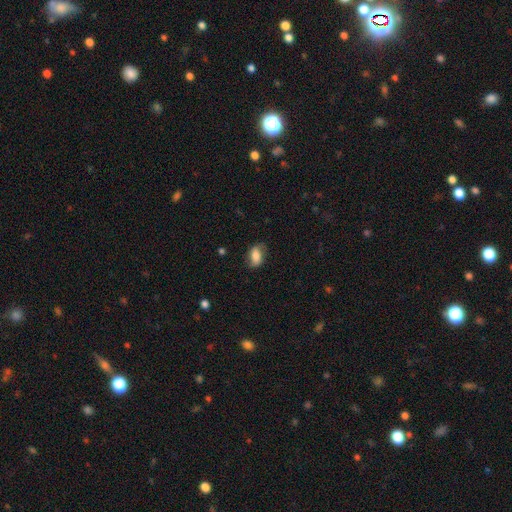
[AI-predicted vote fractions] A smooth galaxy with no disk features (67%) that is in between round and cigar-shaped (86%).

Vote fractions:
- Smooth or featured? smooth: 67% / featured or disk: 25% / star or artifact: 8%
- How rounded? in between: 86% / round: 10% / cigar-shaped: 4%
- Merging? none: 70% / minor disturbance: 21% / major disturbance: 7% / merger: 1%